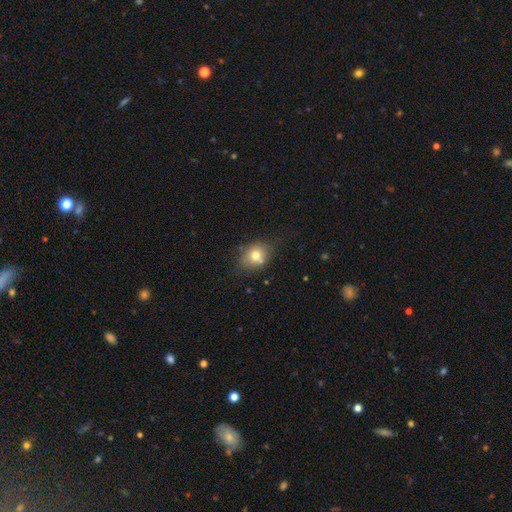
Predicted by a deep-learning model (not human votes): Smooth or featured? smooth (71%)
How rounded? in between (54%)
Merging? none (64%)